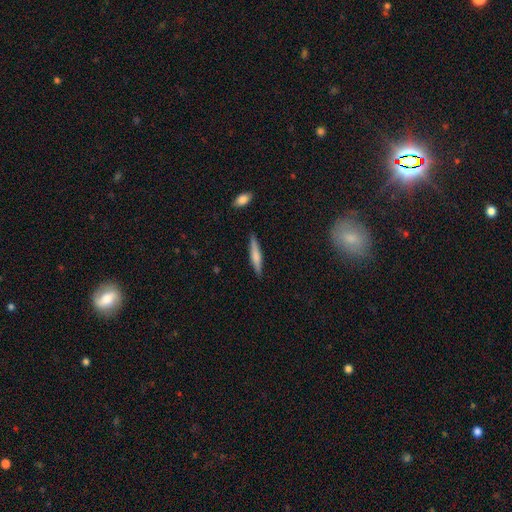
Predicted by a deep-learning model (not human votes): smooth 62%, featured or disk 32%, star or artifact 6%. Down the decision tree: how rounded — cigar-shaped (89%); merging — none (87%).